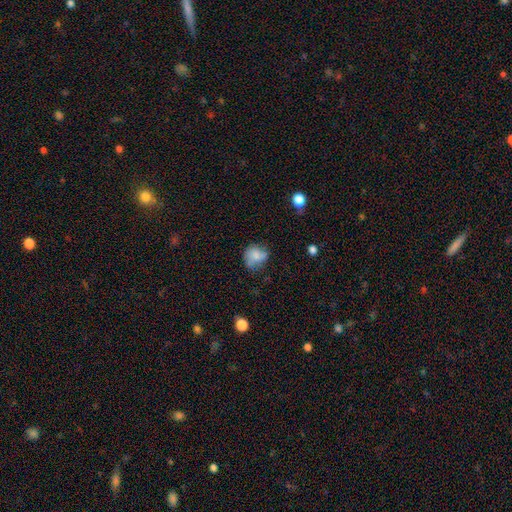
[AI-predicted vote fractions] Q: Smooth or featured?
A: smooth (72%); runner-up: featured or disk (18%)
Q: How rounded?
A: round (69%); runner-up: in between (30%)
Q: Merging?
A: none (51%); runner-up: minor disturbance (31%)